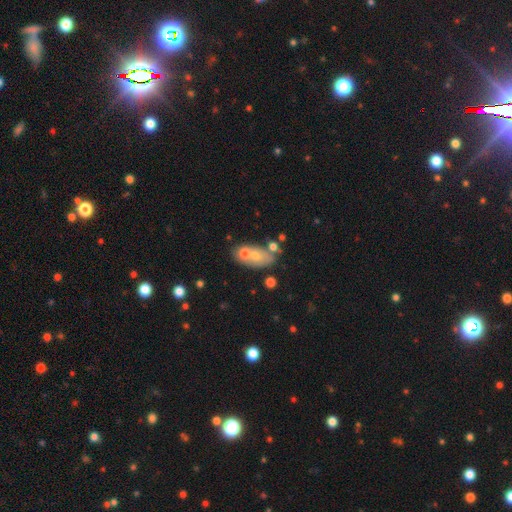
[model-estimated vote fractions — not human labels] Overall: smooth (58%; featured or disk 32%). How rounded: in between (81%). Merging: merger (49%; none 30%).